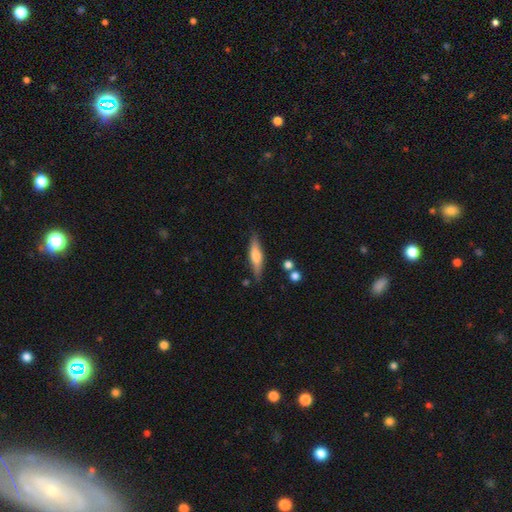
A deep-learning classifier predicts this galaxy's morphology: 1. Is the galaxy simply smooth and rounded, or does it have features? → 53% smooth, 41% featured or disk, 6% star or artifact.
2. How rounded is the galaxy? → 73% cigar-shaped, 25% in between, 2% round.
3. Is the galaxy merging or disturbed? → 80% none, 13% minor disturbance, 3% merger, 3% major disturbance.